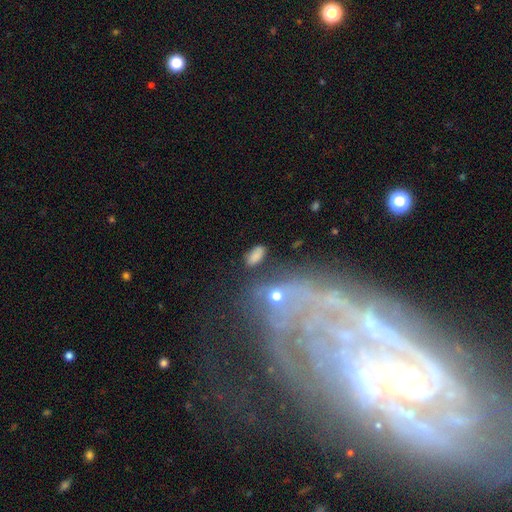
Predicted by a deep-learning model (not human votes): smooth_or_featured: smooth (p=0.78) [alt: featured or disk p=0.11]
how_rounded: in between (p=0.85) [alt: cigar-shaped p=0.09]
merging: none (p=0.74) [alt: minor disturbance p=0.15]